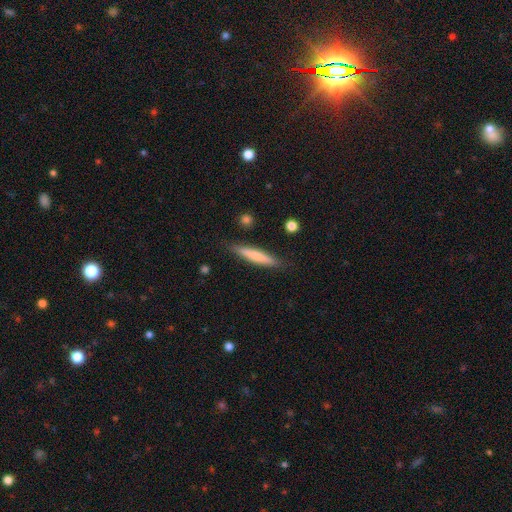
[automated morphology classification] Overall: smooth (68%). How rounded: cigar-shaped (92%). Merging: none (86%).